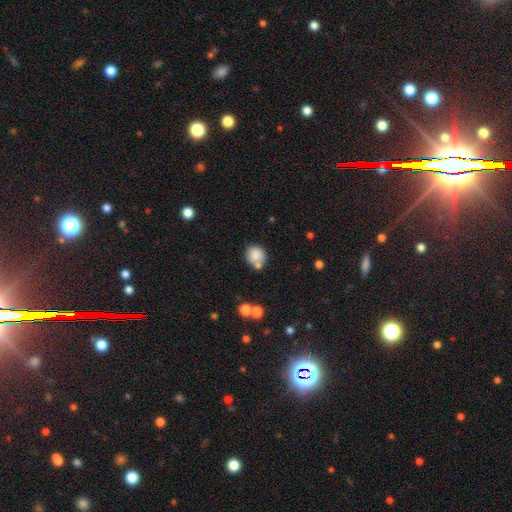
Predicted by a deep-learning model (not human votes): Smooth or featured? Predicted: smooth (p=0.83). How rounded? Predicted: round (p=0.82). Merging? Predicted: none (p=0.63).